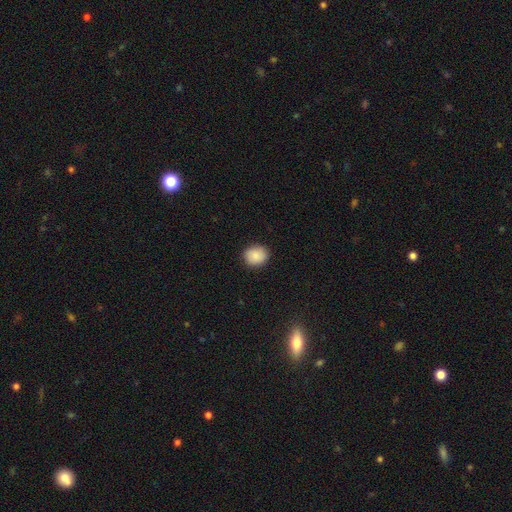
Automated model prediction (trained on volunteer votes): The model was most divided on "how rounded": round: 77%, in between: 22%, cigar-shaped: 1%. More confident: merging — none (89%); smooth or featured — smooth (88%).